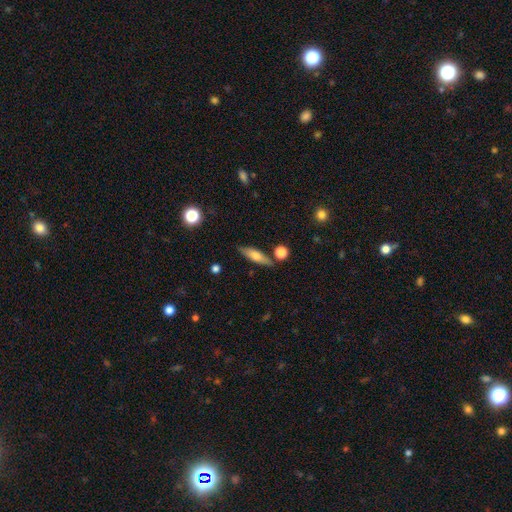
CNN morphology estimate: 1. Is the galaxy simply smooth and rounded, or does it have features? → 62% smooth, 31% featured or disk, 7% star or artifact.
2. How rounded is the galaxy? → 57% cigar-shaped, 40% in between, 3% round.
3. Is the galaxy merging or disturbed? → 79% none, 12% minor disturbance, 6% merger, 3% major disturbance.